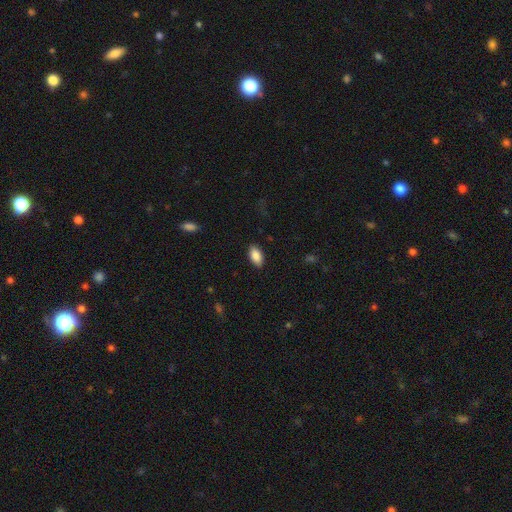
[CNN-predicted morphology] Smooth or featured: smooth — 88% (star or artifact — 7%)
How rounded: in between — 93% (cigar-shaped — 4%)
Merging: none — 88% (minor disturbance — 9%)